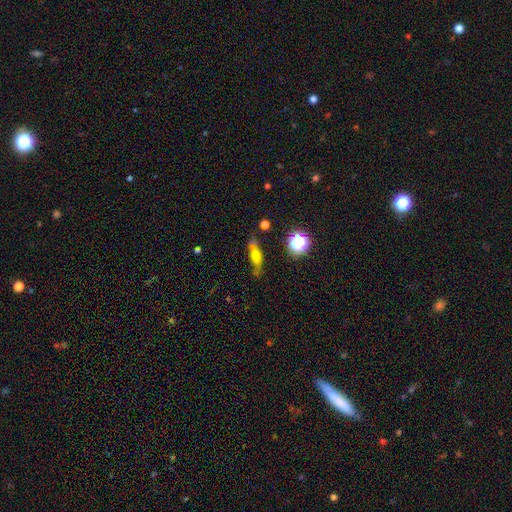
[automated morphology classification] This appears to be a smooth galaxy with no disk features (47%). Merging: none (70%).